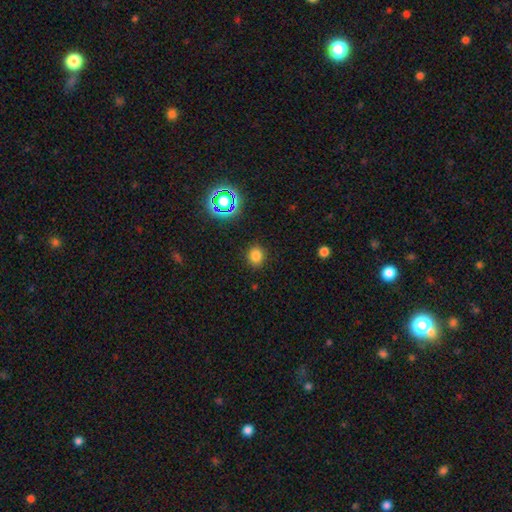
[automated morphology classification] This is likely a smooth galaxy (79%). How rounded: likely round (77%). Merging: clearly none (89%).